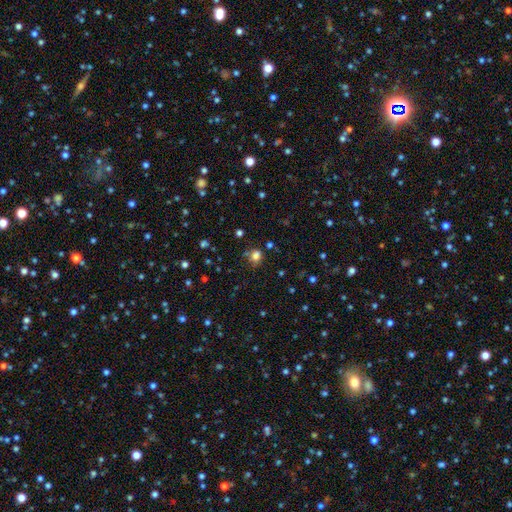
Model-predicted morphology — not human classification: Smooth or featured? smooth (74%)
How rounded? round (66%)
Merging? none (67%)